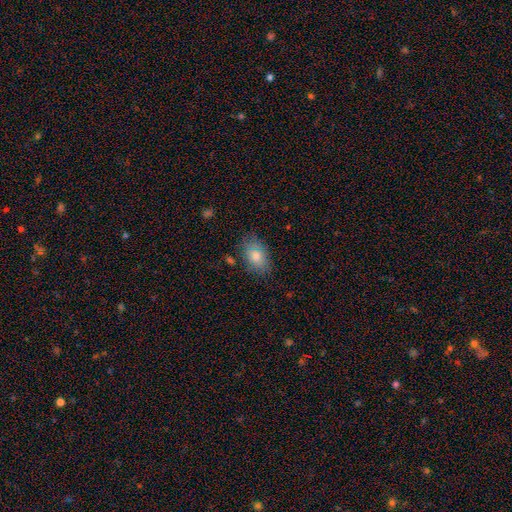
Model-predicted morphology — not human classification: This appears to be a smooth galaxy with no disk features (74%) that is in between round and cigar-shaped (86%). Merging: none (76%).